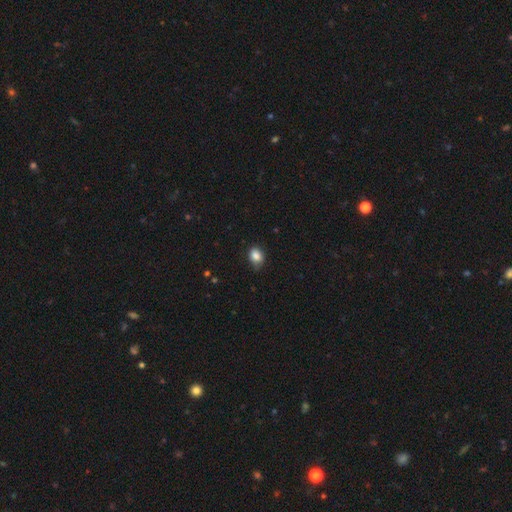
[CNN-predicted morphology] Smooth or featured?
  - smooth: 86% *
  - star or artifact: 9%
  - featured or disk: 5%
How rounded?
  - in between: 60% *
  - round: 39%
  - cigar-shaped: 1%
Merging?
  - none: 69% *
  - minor disturbance: 26%
  - major disturbance: 4%
  - merger: 1%